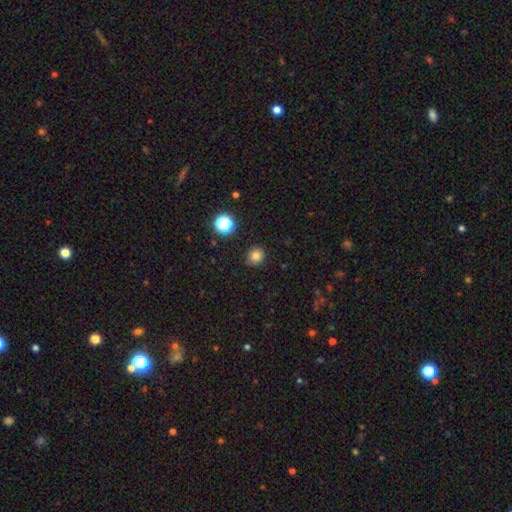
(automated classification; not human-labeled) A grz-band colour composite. It shows a smooth galaxy with no disk features (81%) that is round (84%). Merging: none (87%).